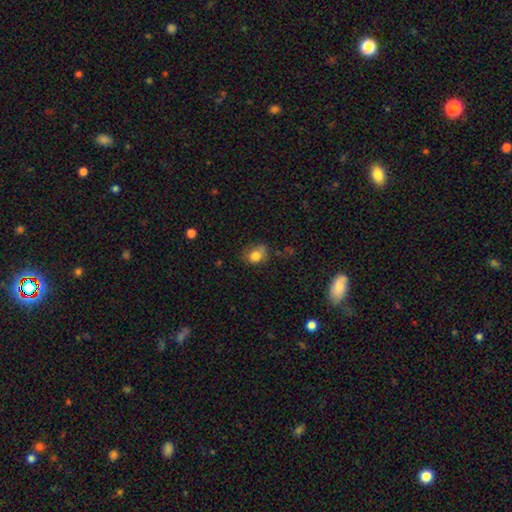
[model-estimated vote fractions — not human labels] Smooth or featured? Predicted: smooth (p=0.80). How rounded? Predicted: in between (p=0.51). Merging? Predicted: none (p=0.53).